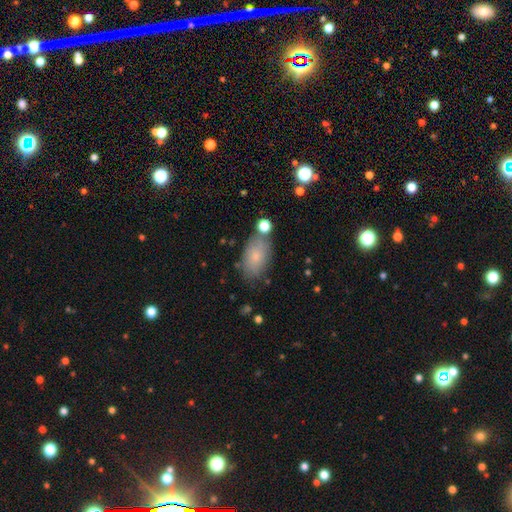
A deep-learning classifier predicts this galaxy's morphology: Overall: smooth (76%). How rounded: in between (91%). Merging: none (72%).